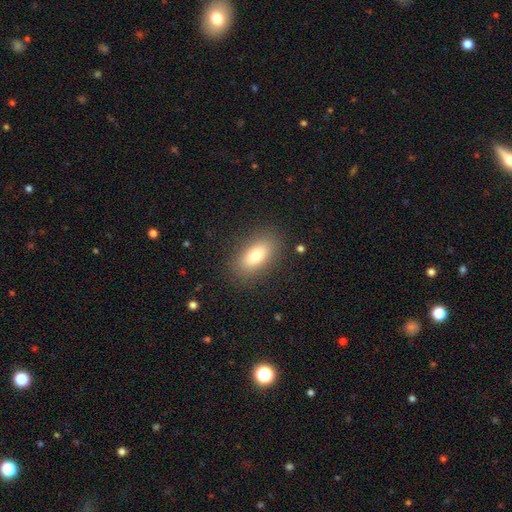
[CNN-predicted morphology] Smooth or featured? Predicted: smooth (p=0.78). How rounded? Predicted: in between (p=0.85). Merging? Predicted: none (p=0.87).